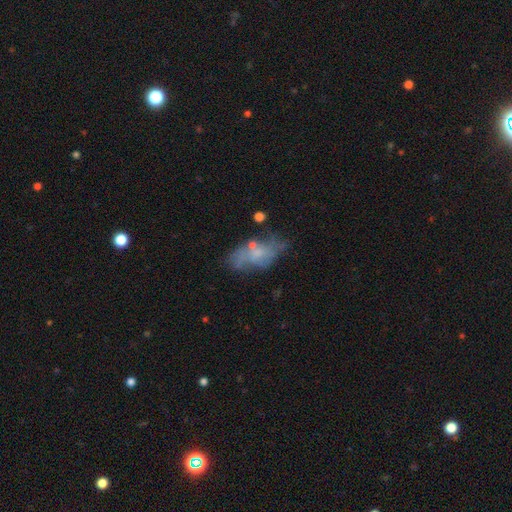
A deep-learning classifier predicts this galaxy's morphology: type=featured or disk (47%); merging=none (54%).